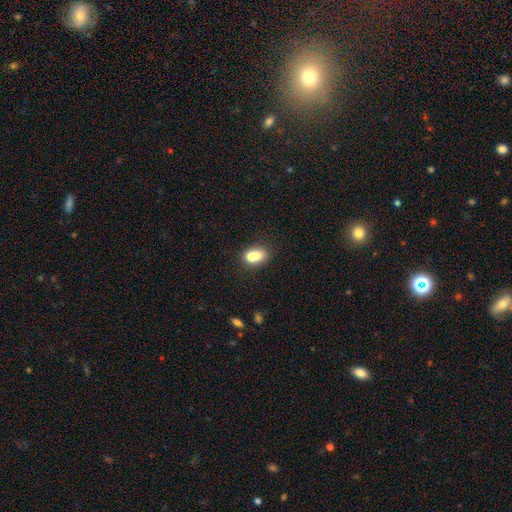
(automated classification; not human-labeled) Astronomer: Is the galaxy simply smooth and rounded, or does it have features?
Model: smooth — 70%.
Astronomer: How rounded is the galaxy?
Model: in between — 63%.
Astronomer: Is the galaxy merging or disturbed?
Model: merger — 49% (runner-up: none, 36%).